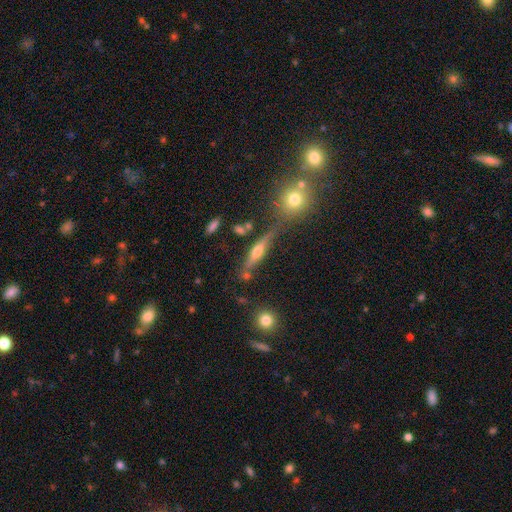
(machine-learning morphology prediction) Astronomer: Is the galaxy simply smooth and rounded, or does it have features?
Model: featured or disk — 66%.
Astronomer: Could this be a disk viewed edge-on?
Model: yes — 92%.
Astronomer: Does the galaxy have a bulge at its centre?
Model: rounded — 90%.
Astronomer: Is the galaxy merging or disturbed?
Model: none — 74%.